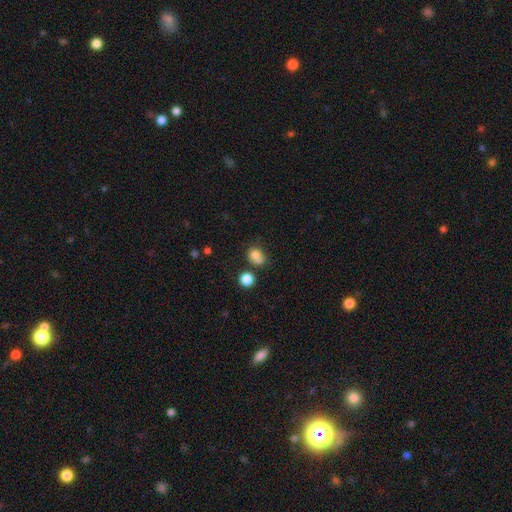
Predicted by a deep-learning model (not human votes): Smooth or featured: smooth — 78% (star or artifact — 12%)
How rounded: round — 63% (in between — 36%)
Merging: none — 52% (merger — 23%)